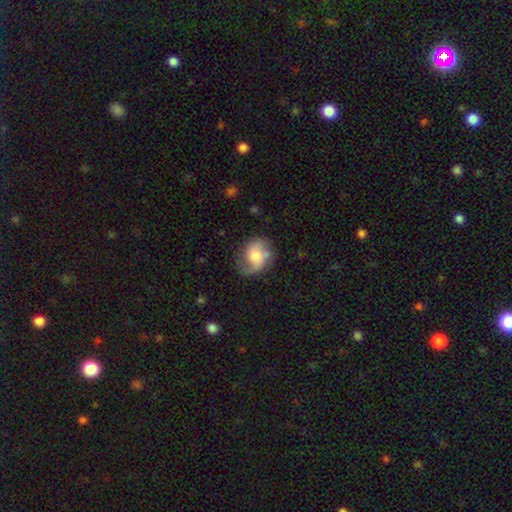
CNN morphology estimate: Smooth or featured?
  - featured or disk: 60% *
  - smooth: 33%
  - star or artifact: 7%
Edge-on disk?
  - no: 97% *
  - yes: 3%
Bar?
  - no: 61% *
  - weak: 33%
  - strong: 7%
Spiral arms?
  - yes: 88% *
  - no: 12%
Spiral winding?
  - loose: 46% *
  - medium: 40%
  - tight: 14%
Spiral arm count?
  - 2: 79% *
  - 1: 9%
  - can't tell: 8%
  - 3: 2%
  - 4: 1%
  - more than 4: 1%
Bulge size?
  - moderate: 56% *
  - small: 21%
  - large: 16%
  - none: 4%
  - dominant: 2%
Merging?
  - none: 62% *
  - minor disturbance: 24%
  - major disturbance: 12%
  - merger: 3%